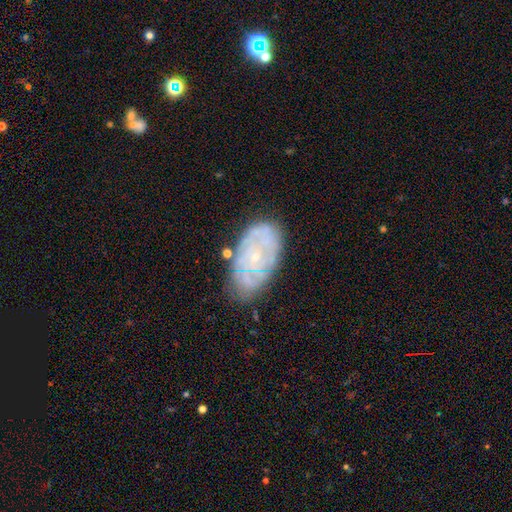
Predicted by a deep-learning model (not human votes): Smooth or featured: featured or disk — 70% (smooth — 22%)
Edge-on disk: no — 95% (yes — 5%)
Bar: no — 83% (weak — 14%)
Spiral arms: yes — 72% (no — 28%)
Bulge size: small — 81% (moderate — 15%)
Merging: none — 73% (minor disturbance — 19%)